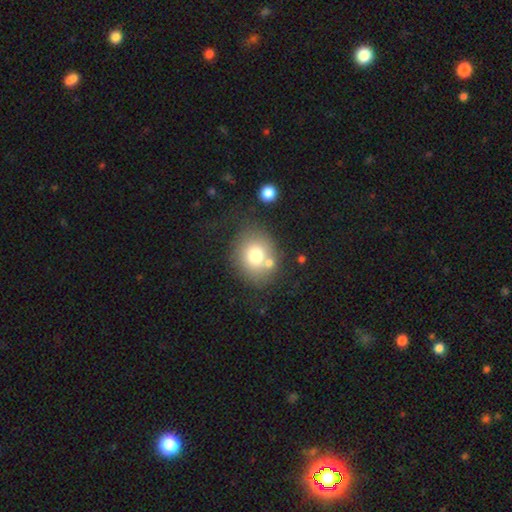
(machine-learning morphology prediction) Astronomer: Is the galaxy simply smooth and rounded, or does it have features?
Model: smooth — 73%.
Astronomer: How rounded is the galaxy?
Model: round — 62%.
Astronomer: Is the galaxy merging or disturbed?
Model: none — 60%.